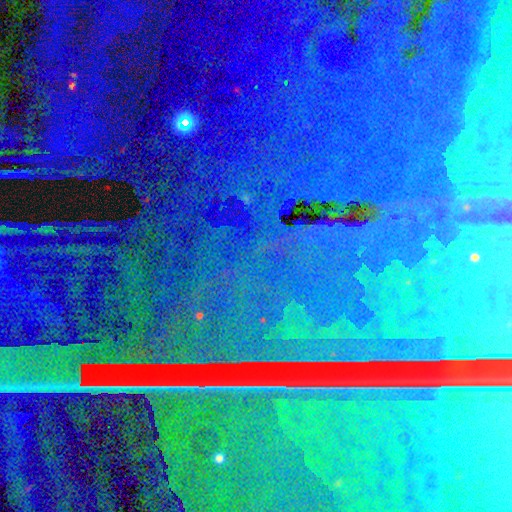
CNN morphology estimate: type=star or artifact (87%).